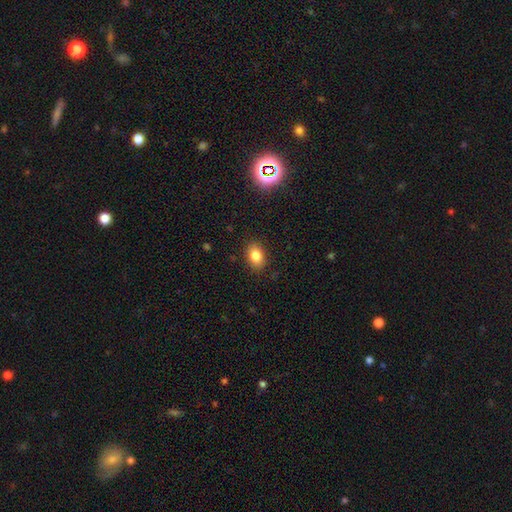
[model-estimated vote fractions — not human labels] Smooth or featured? smooth (84%)
How rounded? in between (81%)
Merging? none (87%)